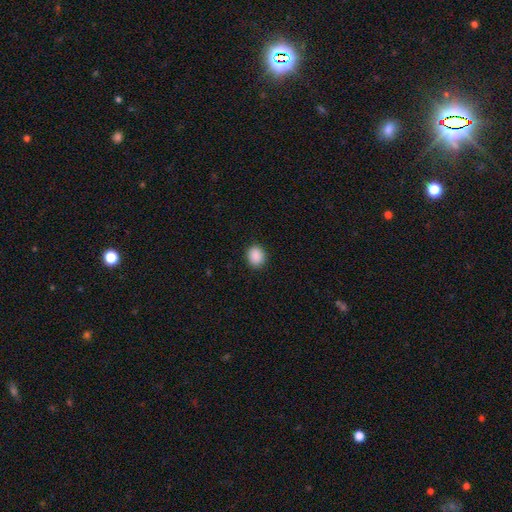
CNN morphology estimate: smooth-or-featured: smooth: 90% | star or artifact: 8% | featured or disk: 2%
  how-rounded: round: 65% | in between: 34% | cigar-shaped: 1%
  merging: none: 90% | minor disturbance: 7% | major disturbance: 2% | merger: 1%